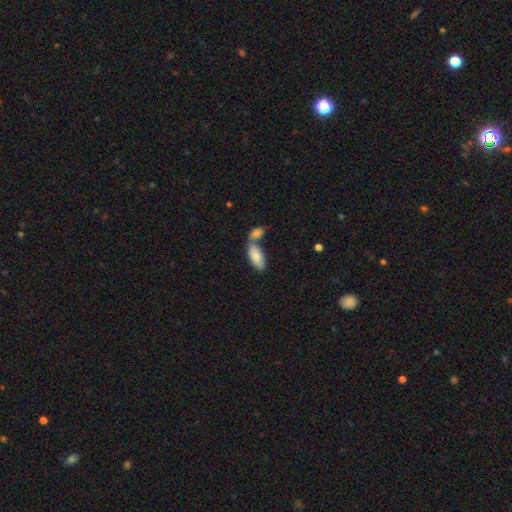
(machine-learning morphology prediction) A smooth galaxy with no disk features (84%) that is in between round and cigar-shaped (90%).

Vote fractions:
- Smooth or featured? smooth: 84% / featured or disk: 10% / star or artifact: 5%
- How rounded? in between: 90% / cigar-shaped: 8% / round: 2%
- Merging? merger: 45% / none: 41% / minor disturbance: 11% / major disturbance: 4%